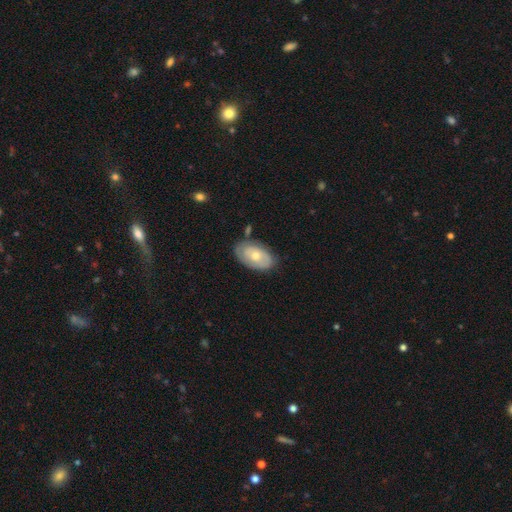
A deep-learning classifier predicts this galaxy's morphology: smooth-or-featured: smooth: 51% | featured or disk: 43% | star or artifact: 6%
  how-rounded: in between: 92% | round: 6% | cigar-shaped: 1%
  merging: none: 70% | minor disturbance: 20% | major disturbance: 5% | merger: 5%